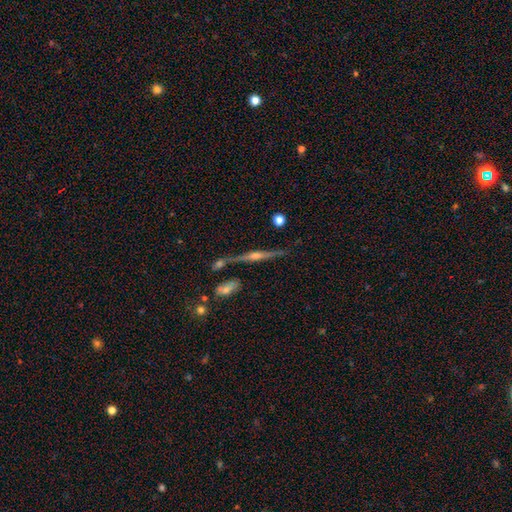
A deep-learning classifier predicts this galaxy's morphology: smooth_or_featured: featured or disk (p=0.83) [alt: smooth p=0.10]
disk_edge_on: yes (p=0.97) [alt: no p=0.03]
edge_on_bulge: rounded (p=0.88) [alt: boxy p=0.07]
merging: none (p=0.80) [alt: minor disturbance p=0.10]